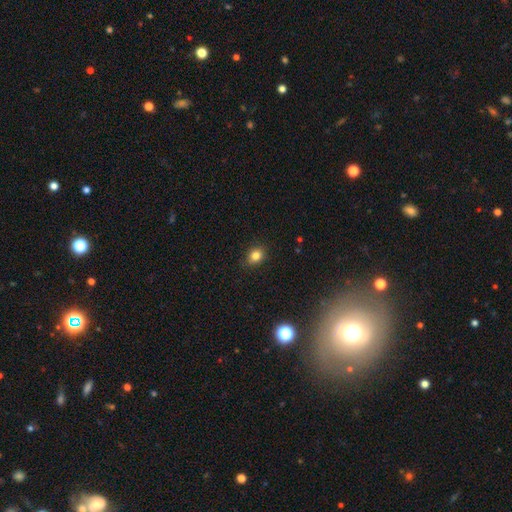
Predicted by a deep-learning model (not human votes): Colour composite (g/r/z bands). It shows a smooth galaxy with no disk features (82%) that is round (59%). Merging: none (85%).